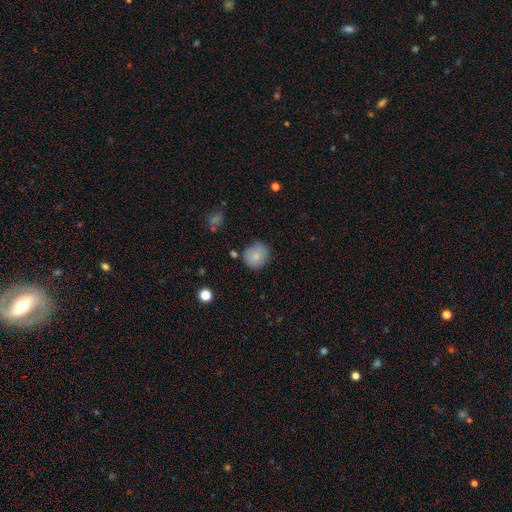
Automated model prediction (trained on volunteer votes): smooth-or-featured: smooth: 82% | featured or disk: 10% | star or artifact: 9%
  how-rounded: round: 80% | in between: 19% | cigar-shaped: 1%
  merging: none: 75% | minor disturbance: 18% | major disturbance: 4% | merger: 4%